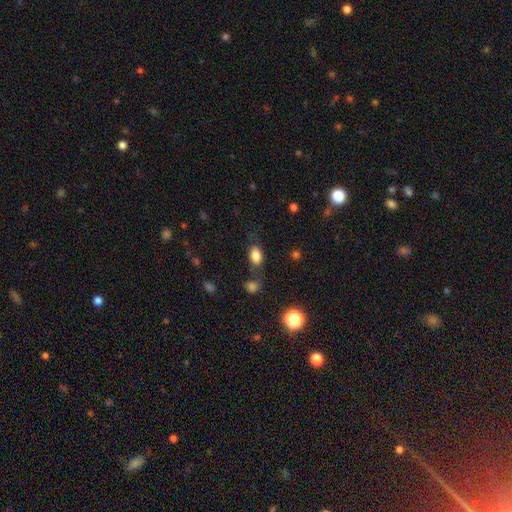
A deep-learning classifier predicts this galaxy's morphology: type=smooth (82%); roundness=in between (85%); merging=none (69%).